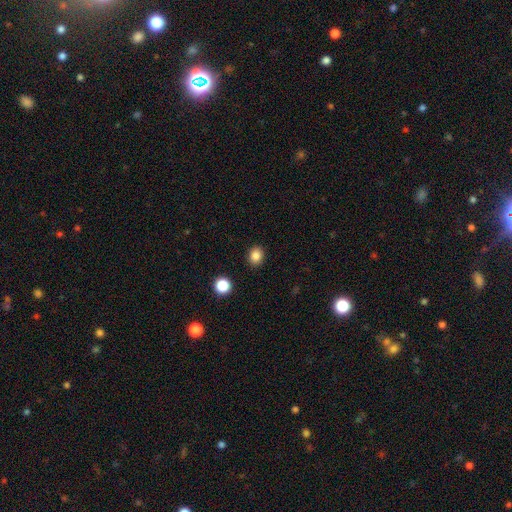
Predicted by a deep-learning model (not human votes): Smooth or featured: smooth — 85% (star or artifact — 11%)
How rounded: round — 56% (in between — 43%)
Merging: none — 89% (minor disturbance — 7%)